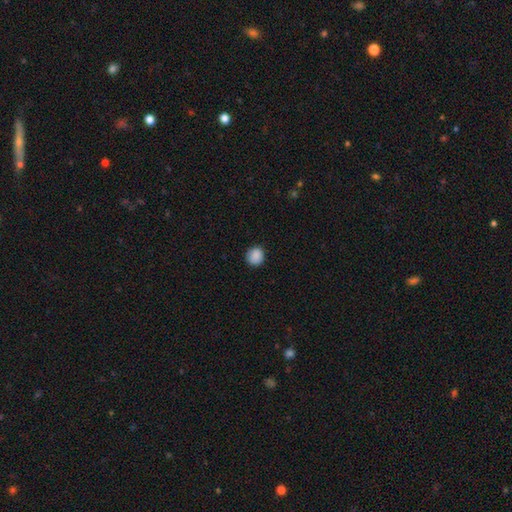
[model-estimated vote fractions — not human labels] This appears to be a smooth galaxy with no disk features (88%) that is round (90%). Merging: none (89%).